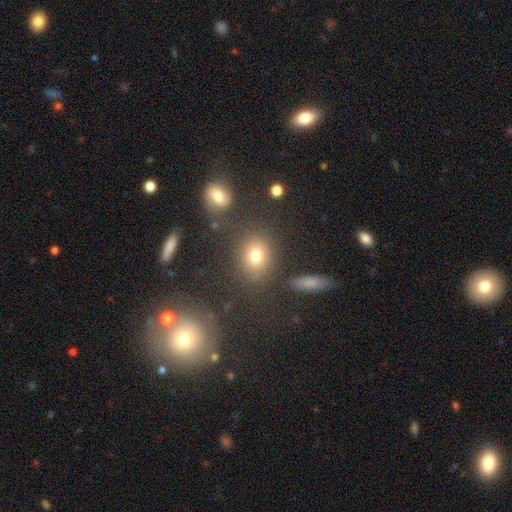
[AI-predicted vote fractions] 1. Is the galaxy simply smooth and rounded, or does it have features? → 73% smooth, 16% star or artifact, 11% featured or disk.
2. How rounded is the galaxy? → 58% round, 40% in between, 2% cigar-shaped.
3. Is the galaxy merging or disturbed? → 77% none, 12% minor disturbance, 6% merger, 5% major disturbance.